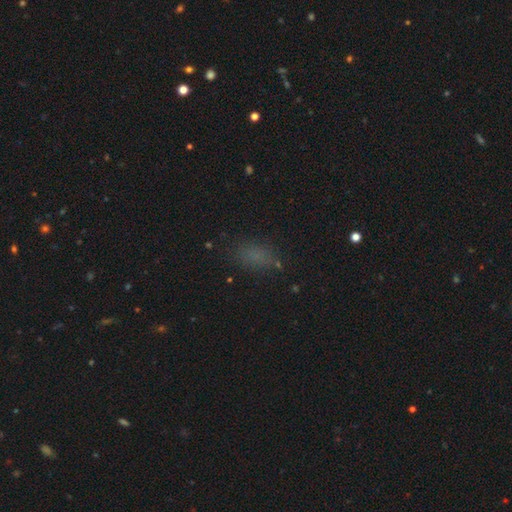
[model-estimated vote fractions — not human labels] Overall: smooth (71%). How rounded: in between (81%). Merging: none (73%).